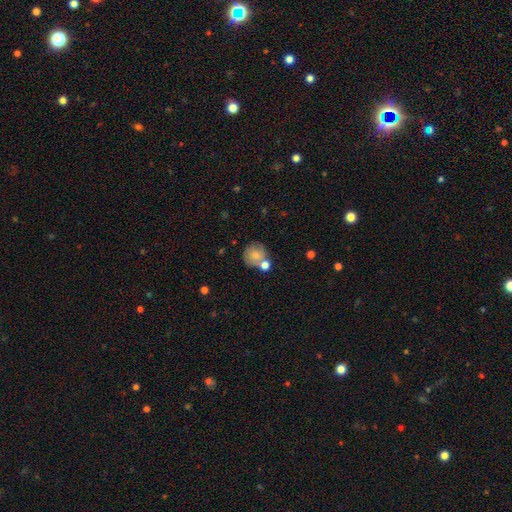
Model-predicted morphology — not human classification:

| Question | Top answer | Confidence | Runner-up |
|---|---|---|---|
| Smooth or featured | smooth | 61% | featured or disk (30%) |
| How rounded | round | 85% | in between (14%) |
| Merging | none | 53% | merger (25%) |